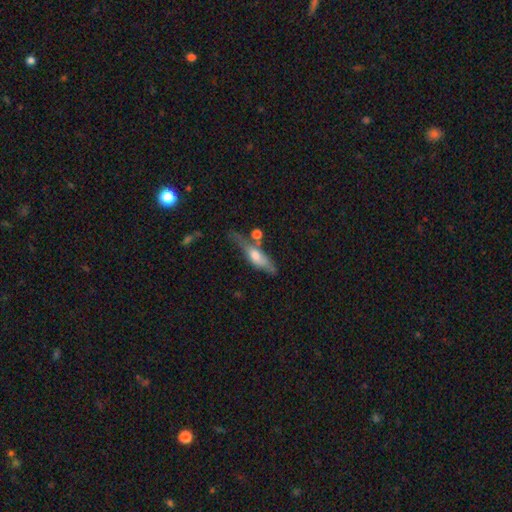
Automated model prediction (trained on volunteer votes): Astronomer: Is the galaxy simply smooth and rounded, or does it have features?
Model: featured or disk — 51% (runner-up: smooth, 41%).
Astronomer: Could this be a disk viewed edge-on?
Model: yes — 77%.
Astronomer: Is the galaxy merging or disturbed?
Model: none — 46% (runner-up: minor disturbance, 26%).